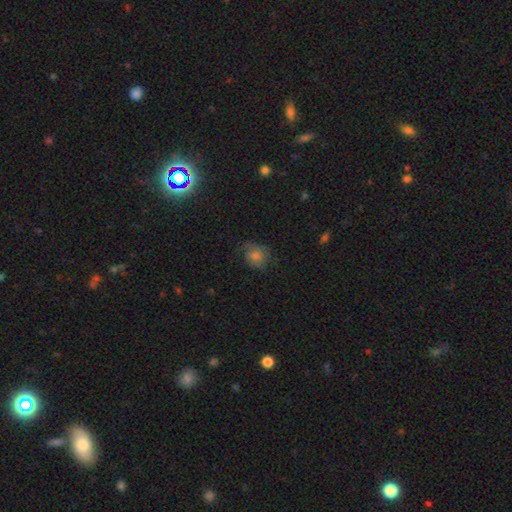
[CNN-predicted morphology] type=smooth (53%); roundness=round (68%); merging=none (60%).